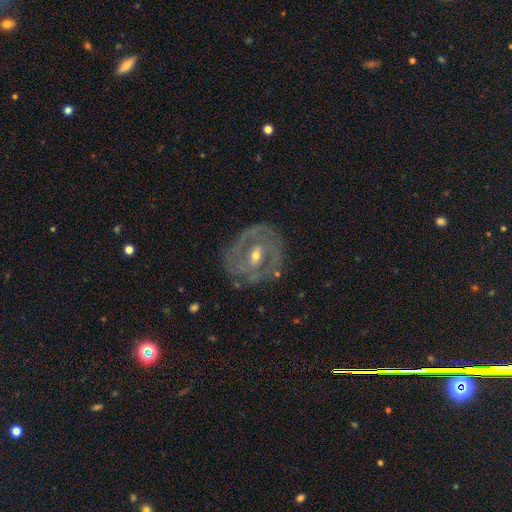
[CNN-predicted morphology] The model was most divided on "bulge size": moderate: 53%, small: 44%, large: 2%, none: 1%, dominant: 1%. Remaining: edge-on disk — no (96%); spiral arms — yes (85%); smooth or featured — featured or disk (84%); merging — none (77%); spiral winding — tight (59%); spiral arm count — 2 (56%); bar — weak (48%).